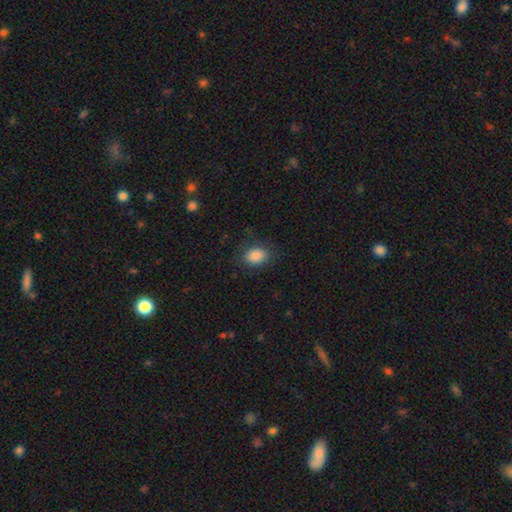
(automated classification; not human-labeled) Overall: smooth (87%). How rounded: in between (59%; round 40%). Merging: none (78%).